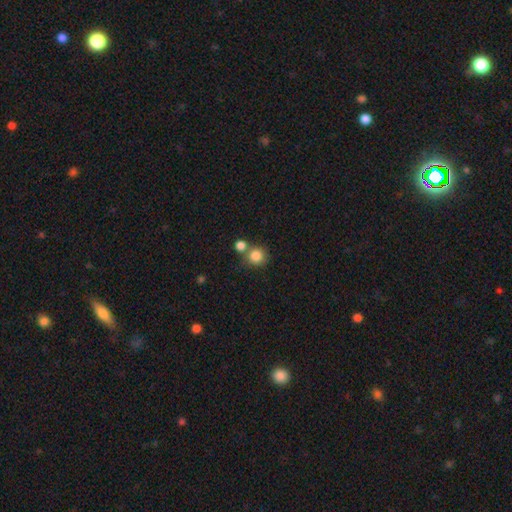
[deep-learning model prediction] This appears to be a smooth galaxy with no disk features (84%) that is round (88%). Merging: none (56%).